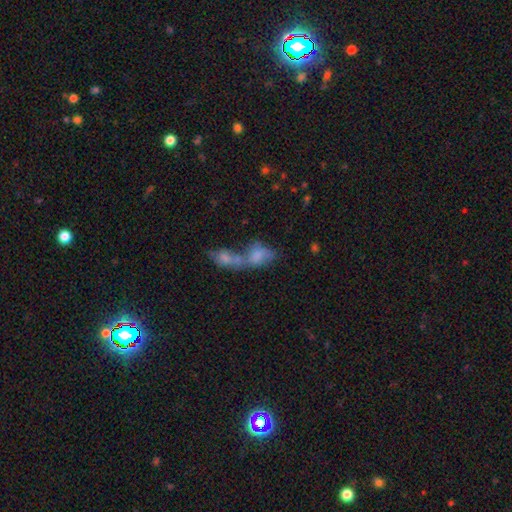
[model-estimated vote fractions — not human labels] Smooth or featured: smooth — 53% (featured or disk — 31%)
How rounded: in between — 77% (round — 16%)
Merging: merger — 72% (none — 14%)